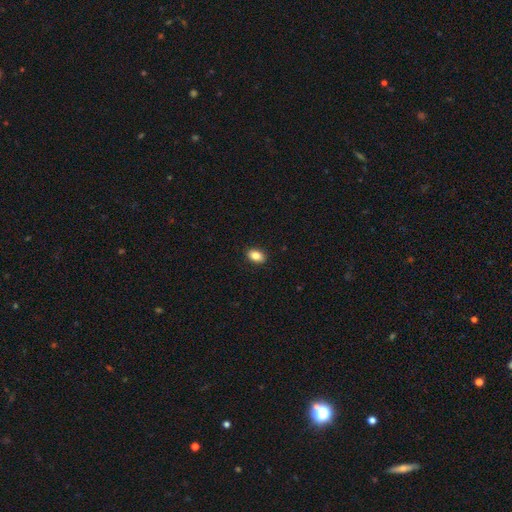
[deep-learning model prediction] Smooth or featured? smooth (85%)
How rounded? in between (85%)
Merging? none (90%)